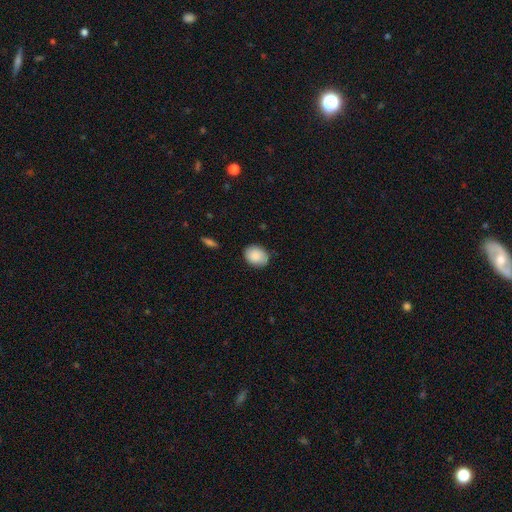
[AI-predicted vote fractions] This is clearly a smooth galaxy (85%). How rounded: possibly in between (59%). Merging: clearly none (80%).